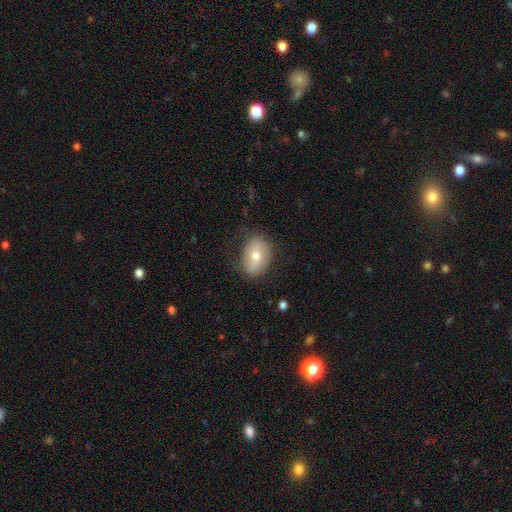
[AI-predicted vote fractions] Smooth or featured: smooth — 66% (featured or disk — 26%)
How rounded: in between — 71% (round — 28%)
Merging: none — 74% (minor disturbance — 19%)